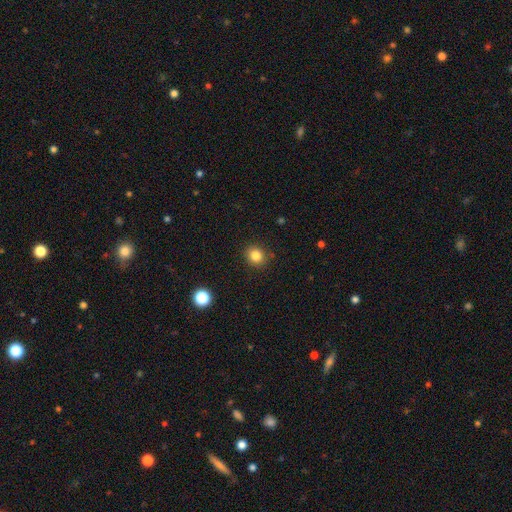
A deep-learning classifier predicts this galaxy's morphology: smooth 83%, star or artifact 11%, featured or disk 5%. Down the decision tree: how rounded — round (77%); merging — none (88%).